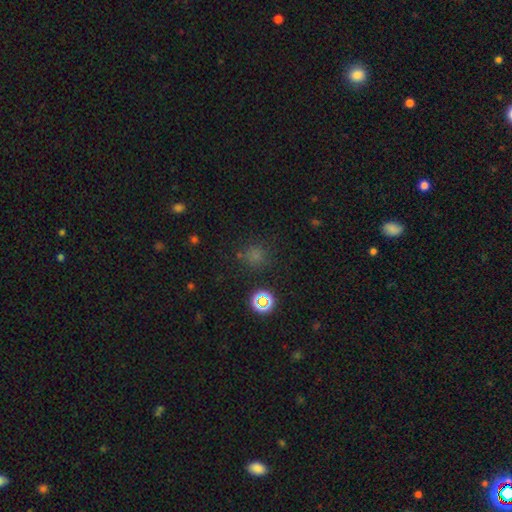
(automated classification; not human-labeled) A smooth galaxy with no disk features (64%) that is round (88%). Merging: none (75%).